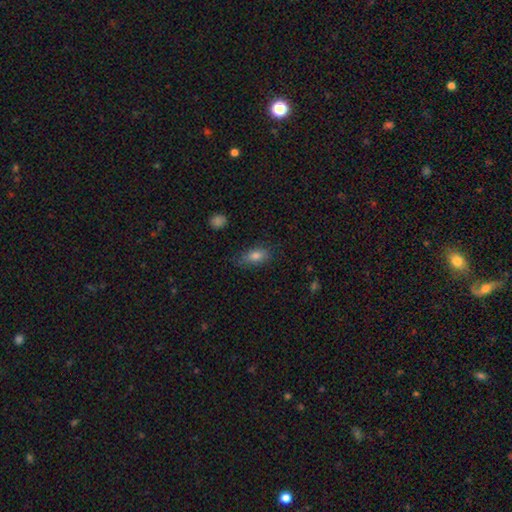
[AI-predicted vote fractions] smooth 80%, star or artifact 10%, featured or disk 10%. Down the decision tree: how rounded — in between (82%); merging — none (76%).